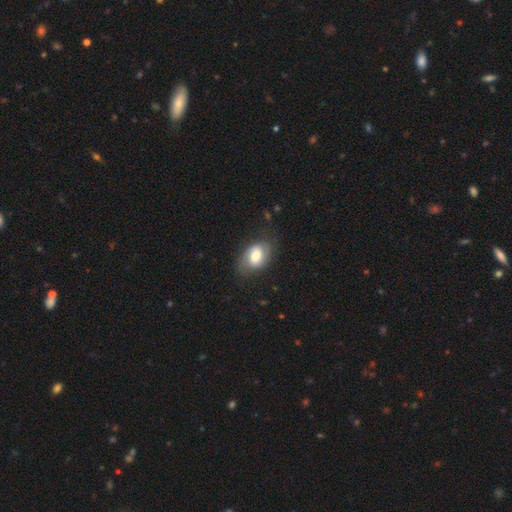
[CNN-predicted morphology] This is possibly a smooth galaxy (55%). How rounded: clearly in between (84%). Merging: likely none (65%).